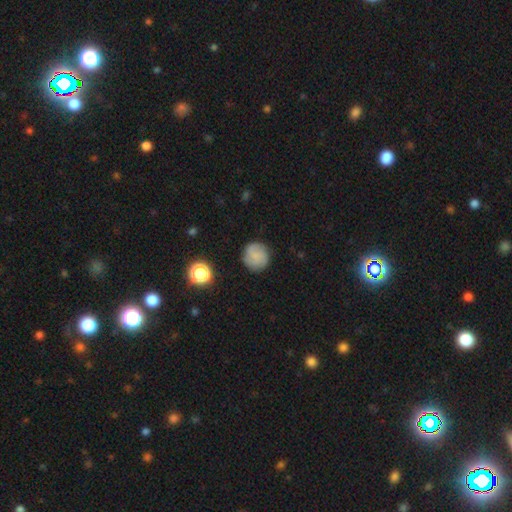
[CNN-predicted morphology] This is likely a smooth galaxy (63%). How rounded: clearly round (92%). Merging: clearly none (84%).